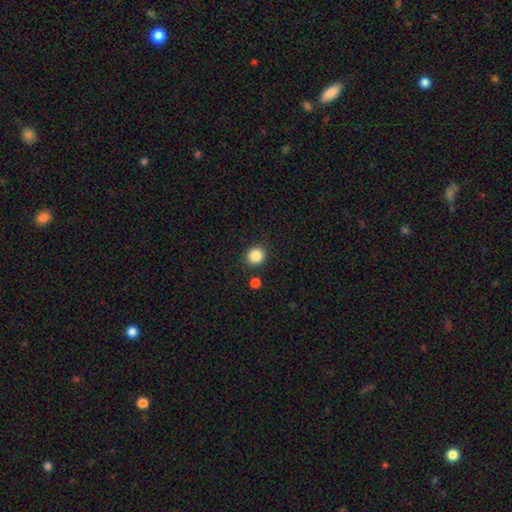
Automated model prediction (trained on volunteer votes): smooth 86%, star or artifact 10%, featured or disk 4%. Down the decision tree: how rounded — round (89%); merging — none (87%).